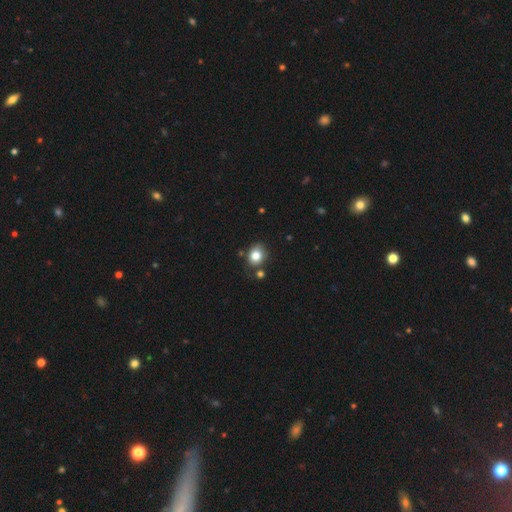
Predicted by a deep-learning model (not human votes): smooth 82%, star or artifact 10%, featured or disk 8%. Down the decision tree: how rounded — round (65%); merging — none (69%).